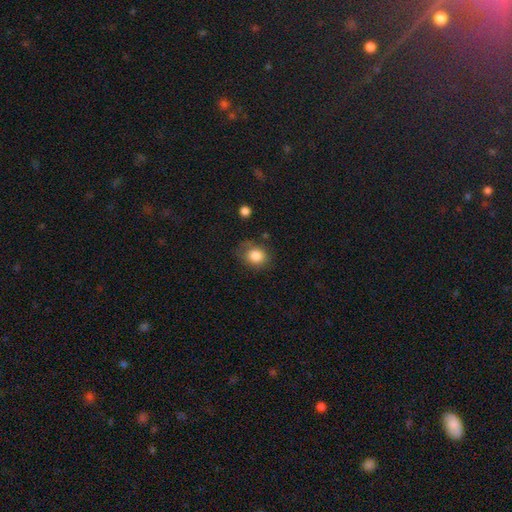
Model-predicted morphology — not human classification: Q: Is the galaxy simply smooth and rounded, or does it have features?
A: smooth — 84%.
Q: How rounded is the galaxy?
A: round — 60%.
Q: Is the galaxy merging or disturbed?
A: none — 63%.